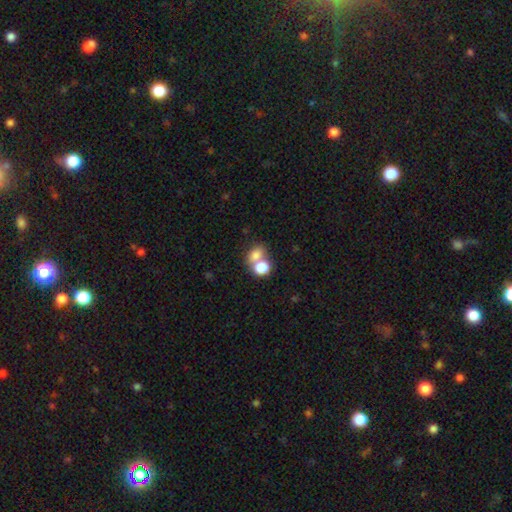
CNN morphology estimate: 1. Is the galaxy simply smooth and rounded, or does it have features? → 76% smooth, 12% star or artifact, 12% featured or disk.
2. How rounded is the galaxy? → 50% round, 49% in between, 1% cigar-shaped.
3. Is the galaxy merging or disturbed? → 55% merger, 34% none, 7% minor disturbance, 4% major disturbance.